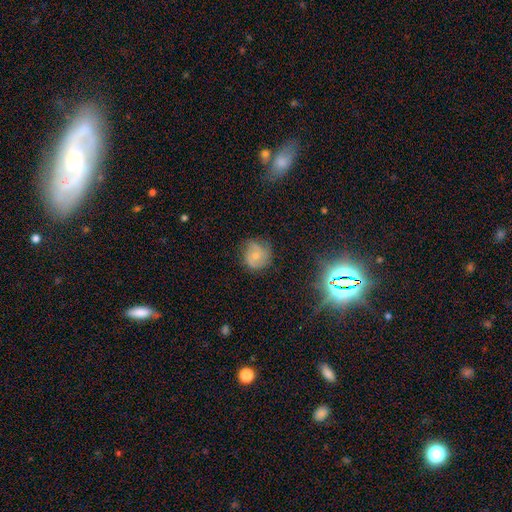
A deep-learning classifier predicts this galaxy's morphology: The model was most divided on "smooth or featured": smooth: 46%, featured or disk: 45%, star or artifact: 10%. More confident: merging — none (65%).